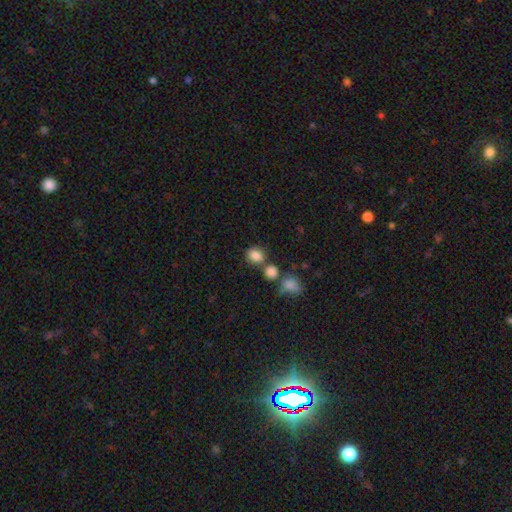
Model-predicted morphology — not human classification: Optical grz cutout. It shows a smooth galaxy with no disk features (84%) that is round (61%). Merging: none (60%).